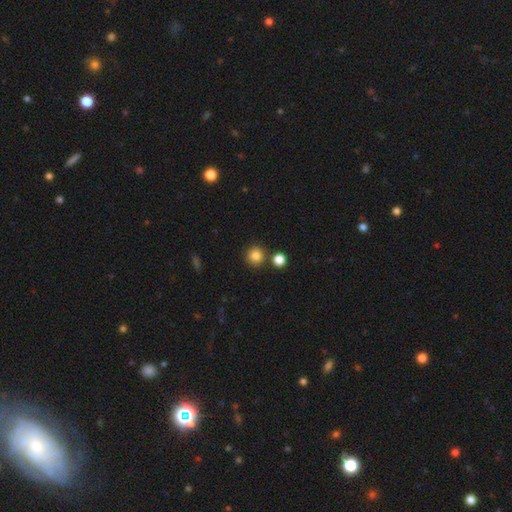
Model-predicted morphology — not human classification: This appears to be a smooth galaxy with no disk features (83%) that is round (93%). Merging: none (82%).